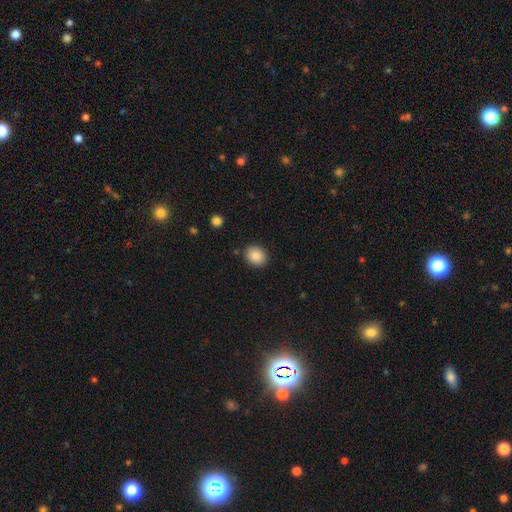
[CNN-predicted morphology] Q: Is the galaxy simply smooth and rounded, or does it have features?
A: smooth — 88%.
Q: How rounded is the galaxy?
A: round — 55%.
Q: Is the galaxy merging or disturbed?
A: none — 88%.